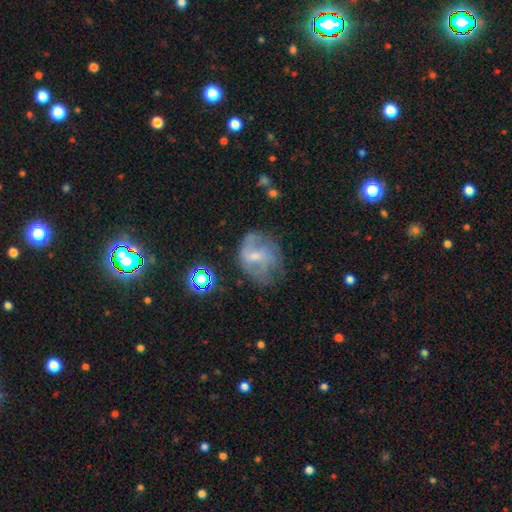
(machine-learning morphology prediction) Smooth or featured? Predicted: featured or disk (p=0.59). Edge-on disk? Predicted: no (p=0.97). Bar? Predicted: weak (p=0.48). Spiral arms? Predicted: yes (p=0.69). Bulge size? Predicted: small (p=0.52). Merging? Predicted: none (p=0.49).